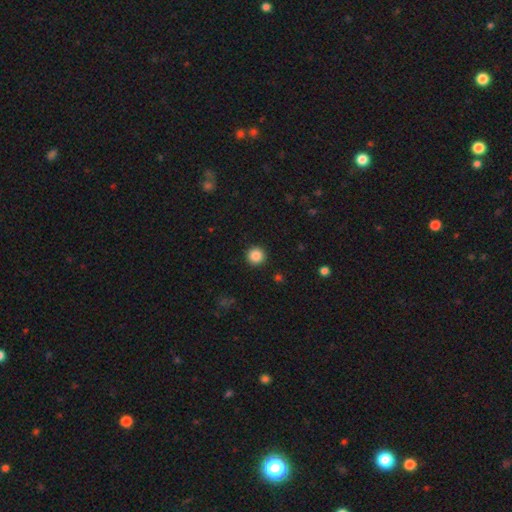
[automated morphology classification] smooth_or_featured: smooth (p=0.86) [alt: star or artifact p=0.10]
how_rounded: round (p=0.96) [alt: in between p=0.03]
merging: none (p=0.93) [alt: minor disturbance p=0.04]